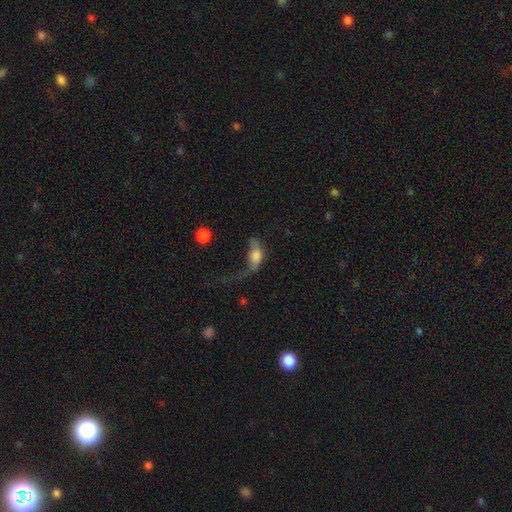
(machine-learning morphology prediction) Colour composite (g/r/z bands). It shows a smooth galaxy with no disk features (59%) that is in between round and cigar-shaped (80%). Merging: major disturbance (63%).